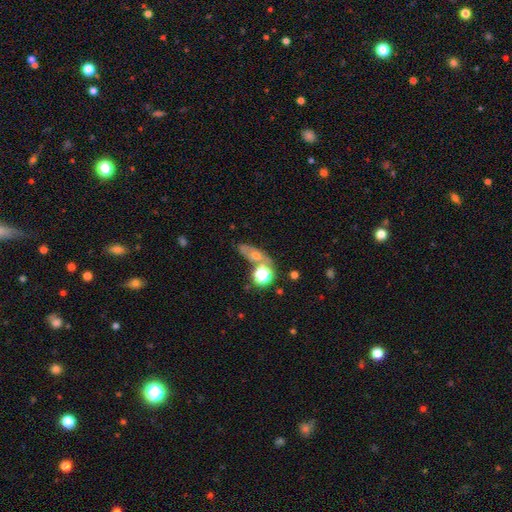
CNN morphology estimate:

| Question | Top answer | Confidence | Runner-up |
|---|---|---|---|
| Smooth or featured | smooth | 41% | featured or disk (30%) |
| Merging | none | 51% | merger (22%) |